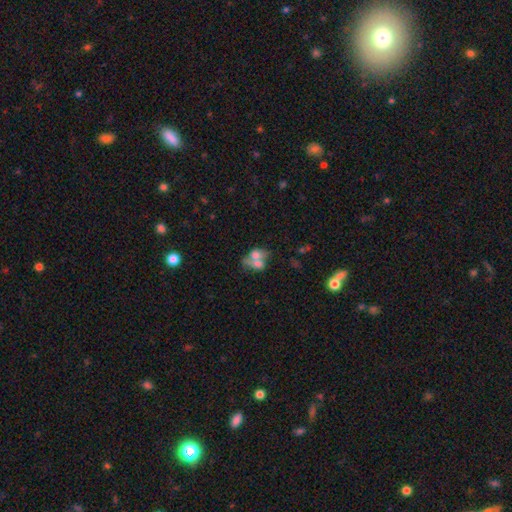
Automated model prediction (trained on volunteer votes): smooth 63%, featured or disk 26%, star or artifact 11%. Down the decision tree: how rounded — in between (67%); merging — merger (68%).